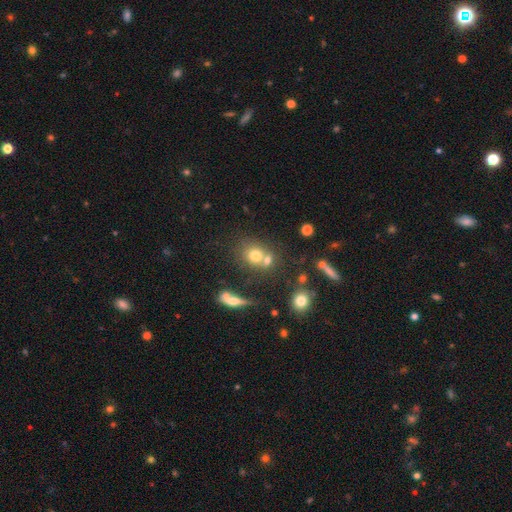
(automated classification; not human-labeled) smooth-or-featured: smooth: 69% | featured or disk: 15% | star or artifact: 15%
  how-rounded: round: 71% | in between: 27% | cigar-shaped: 2%
  merging: none: 46% | merger: 40% | minor disturbance: 10% | major disturbance: 5%